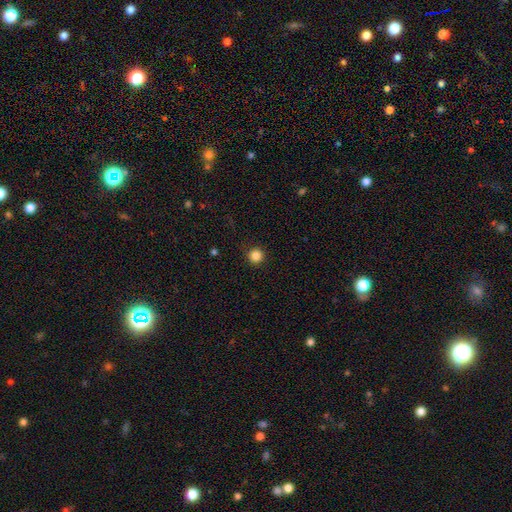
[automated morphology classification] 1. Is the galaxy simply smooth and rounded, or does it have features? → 85% smooth, 11% star or artifact, 3% featured or disk.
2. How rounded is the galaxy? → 96% round, 3% in between, 1% cigar-shaped.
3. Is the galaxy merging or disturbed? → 91% none, 6% minor disturbance, 2% major disturbance, 1% merger.